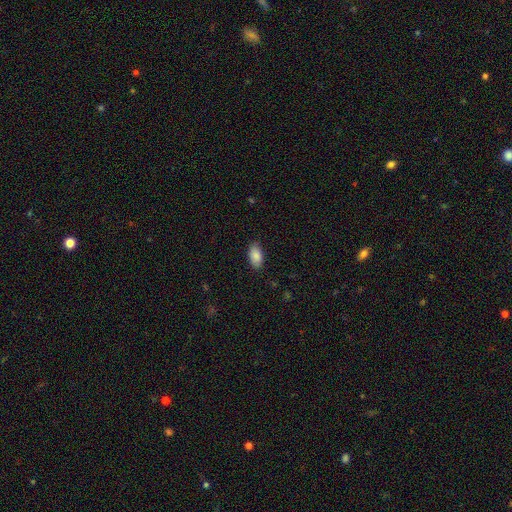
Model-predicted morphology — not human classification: Smooth or featured?
  - smooth: 88% *
  - star or artifact: 7%
  - featured or disk: 5%
How rounded?
  - in between: 94% *
  - round: 3%
  - cigar-shaped: 3%
Merging?
  - none: 86% *
  - minor disturbance: 11%
  - major disturbance: 2%
  - merger: 1%